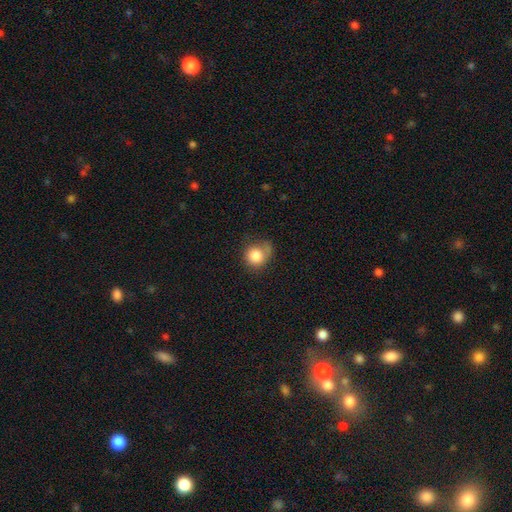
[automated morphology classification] Smooth or featured? smooth (81%)
How rounded? round (83%)
Merging? none (50%)